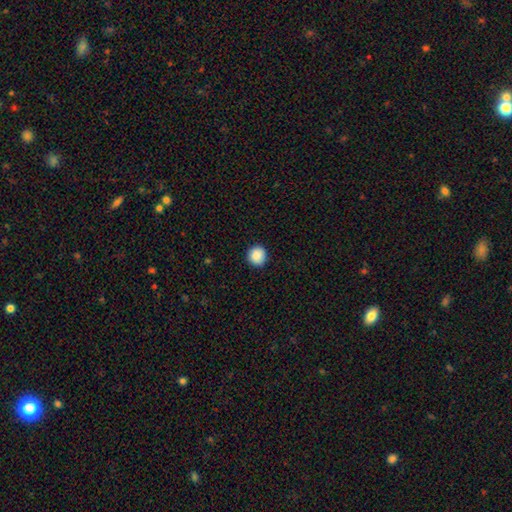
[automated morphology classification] Smooth or featured: smooth — 89% (star or artifact — 8%)
How rounded: round — 93% (in between — 6%)
Merging: none — 91% (minor disturbance — 6%)